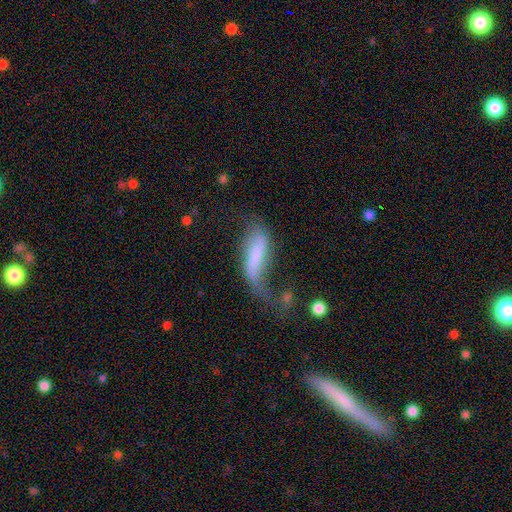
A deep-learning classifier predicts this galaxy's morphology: This appears to be a smooth galaxy with no disk features (48%). Merging: major disturbance (43%).